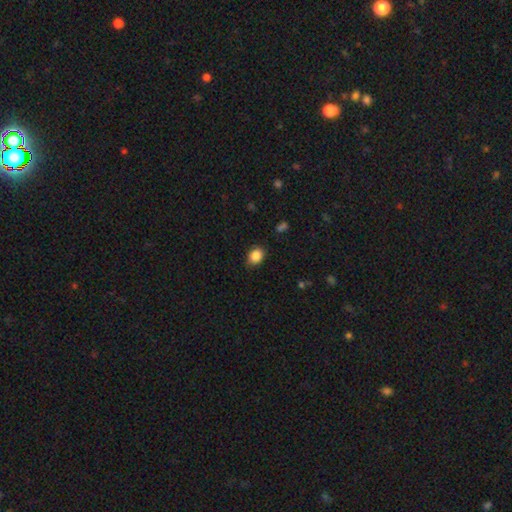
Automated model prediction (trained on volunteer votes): The model was most divided on "how rounded": in between: 54%, round: 45%, cigar-shaped: 1%. More confident: smooth or featured — smooth (87%); merging — none (84%).